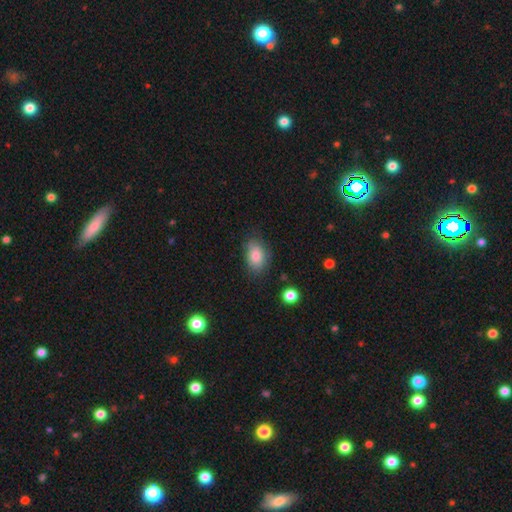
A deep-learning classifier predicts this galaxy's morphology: A smooth galaxy with no disk features (84%) that is in between round and cigar-shaped (84%).

Vote fractions:
- Smooth or featured? smooth: 84% / featured or disk: 8% / star or artifact: 8%
- How rounded? in between: 84% / round: 15% / cigar-shaped: 1%
- Merging? none: 75% / minor disturbance: 18% / major disturbance: 5% / merger: 2%